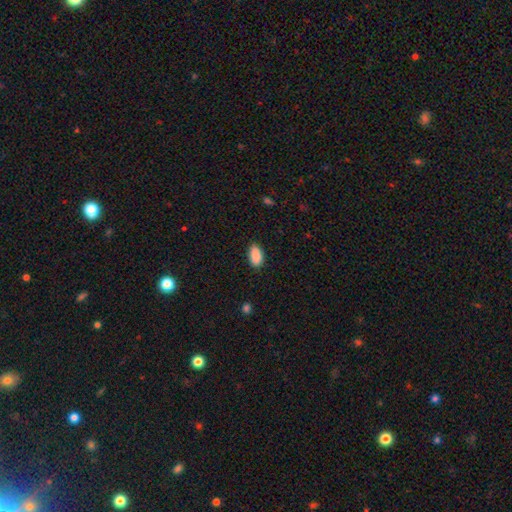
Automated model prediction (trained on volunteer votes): This appears to be a smooth galaxy with no disk features (90%) that is in between round and cigar-shaped (93%). Merging: none (86%).